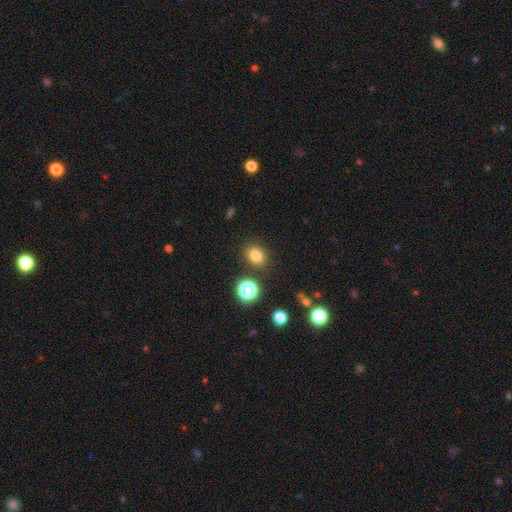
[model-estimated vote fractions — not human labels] Overall: smooth (80%). How rounded: round (54%; in between 45%). Merging: none (84%).